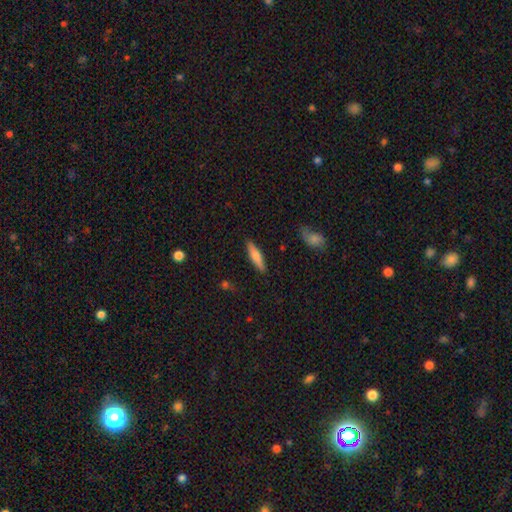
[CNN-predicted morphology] This appears to be a smooth galaxy with no disk features (64%) that is cigar-shaped (73%). Merging: none (88%).